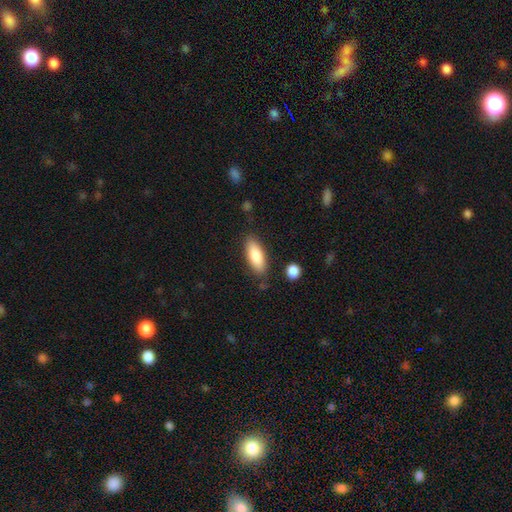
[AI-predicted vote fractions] This is clearly a smooth galaxy (83%). How rounded: likely in between (71%). Merging: clearly none (83%).